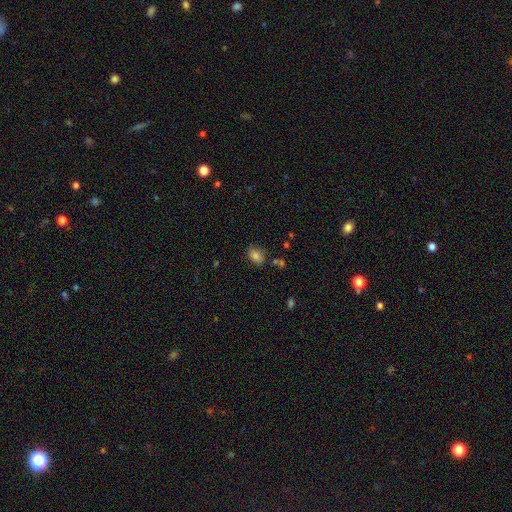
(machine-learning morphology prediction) The model was most divided on "how rounded": in between: 77%, round: 22%, cigar-shaped: 1%. More confident: smooth or featured — smooth (81%); merging — none (79%).